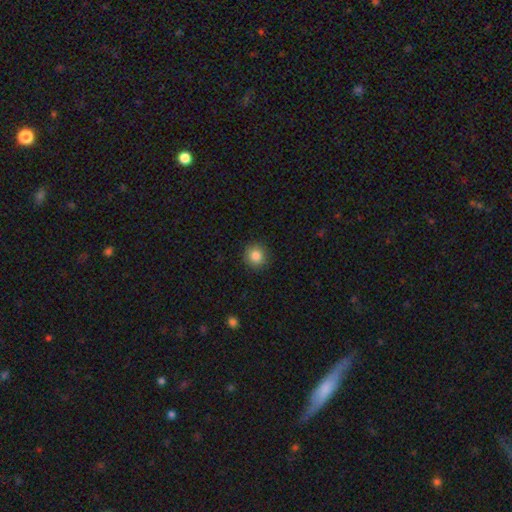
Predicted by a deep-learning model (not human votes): The model was most divided on "smooth or featured": smooth: 85%, star or artifact: 10%, featured or disk: 5%. More confident: how rounded — round (92%); merging — none (91%).